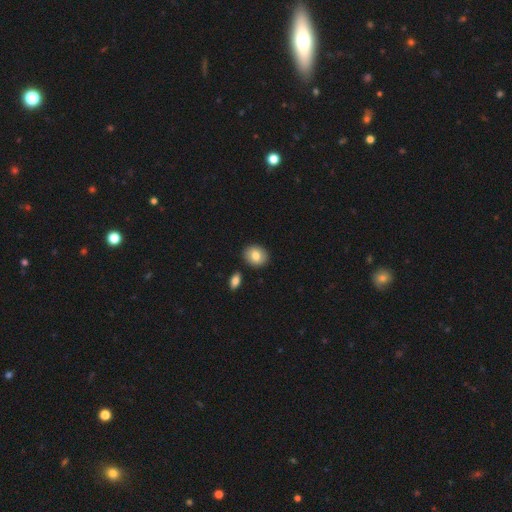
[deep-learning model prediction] This is likely a smooth galaxy (80%). How rounded: possibly round (57%). Merging: clearly none (87%).